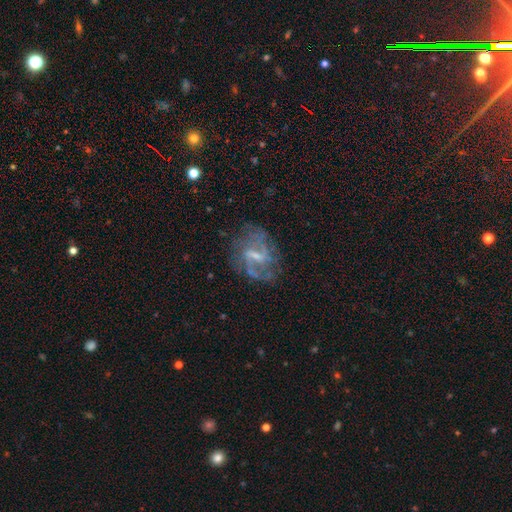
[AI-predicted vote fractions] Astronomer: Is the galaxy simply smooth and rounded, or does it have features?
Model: featured or disk — 77%.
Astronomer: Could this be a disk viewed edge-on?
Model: no — 96%.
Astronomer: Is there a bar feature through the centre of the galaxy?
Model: weak — 55%.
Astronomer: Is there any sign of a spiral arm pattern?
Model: yes — 82%.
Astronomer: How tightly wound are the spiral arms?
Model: medium — 43% (runner-up: loose, 36%).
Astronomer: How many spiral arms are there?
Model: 2 — 53%.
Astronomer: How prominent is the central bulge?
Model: small — 46% (runner-up: moderate, 30%).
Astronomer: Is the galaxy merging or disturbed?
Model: none — 65%.